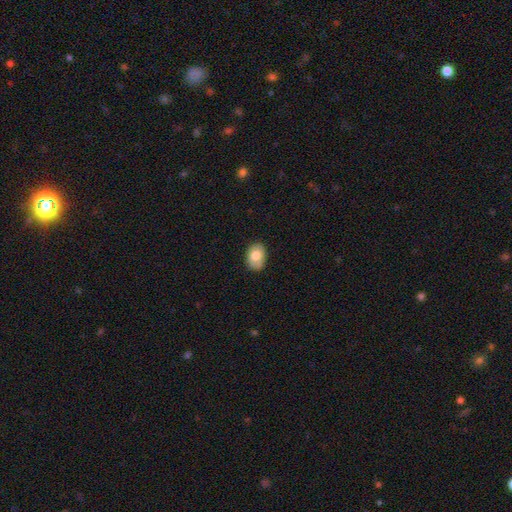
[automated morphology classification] Smooth or featured? smooth (78%)
How rounded? in between (78%)
Merging? none (81%)